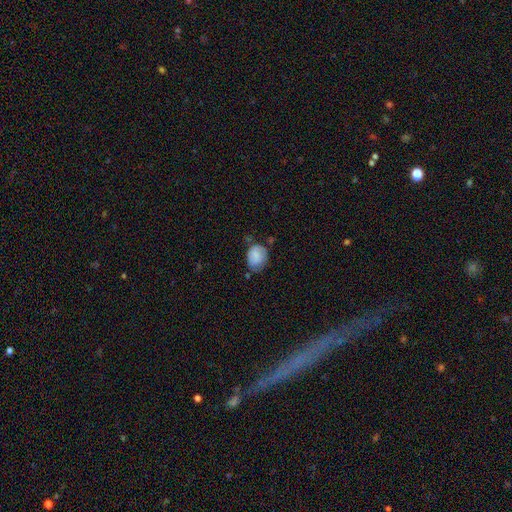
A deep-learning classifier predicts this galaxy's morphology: smooth-or-featured: smooth: 75% | featured or disk: 17% | star or artifact: 8%
  how-rounded: in between: 50% | round: 49% | cigar-shaped: 1%
  merging: none: 51% | minor disturbance: 34% | major disturbance: 10% | merger: 5%